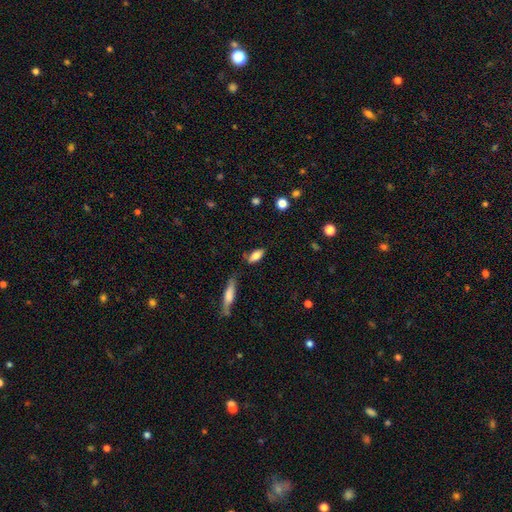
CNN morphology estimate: Smooth or featured: smooth — 73% (featured or disk — 20%)
How rounded: in between — 77% (cigar-shaped — 20%)
Merging: none — 73% (minor disturbance — 18%)